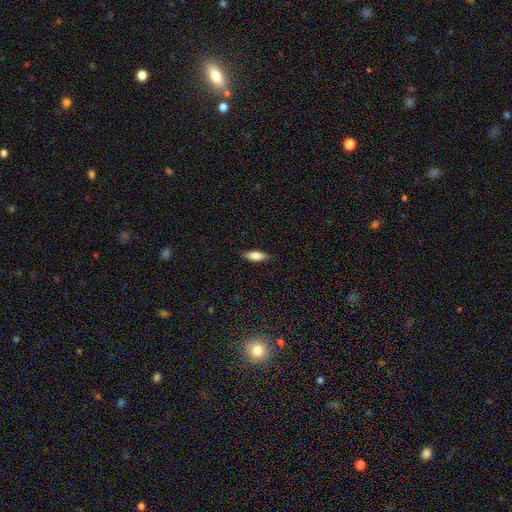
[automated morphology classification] A smooth galaxy with no disk features (76%) that is in between round and cigar-shaped (57%). Merging: none (87%).